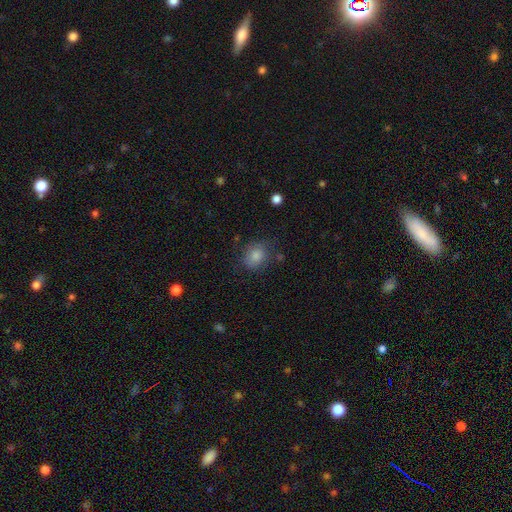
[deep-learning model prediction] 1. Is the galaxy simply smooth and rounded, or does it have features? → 78% smooth, 13% star or artifact, 9% featured or disk.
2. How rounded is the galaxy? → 64% round, 35% in between, 1% cigar-shaped.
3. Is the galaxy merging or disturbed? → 74% none, 18% minor disturbance, 6% major disturbance, 2% merger.